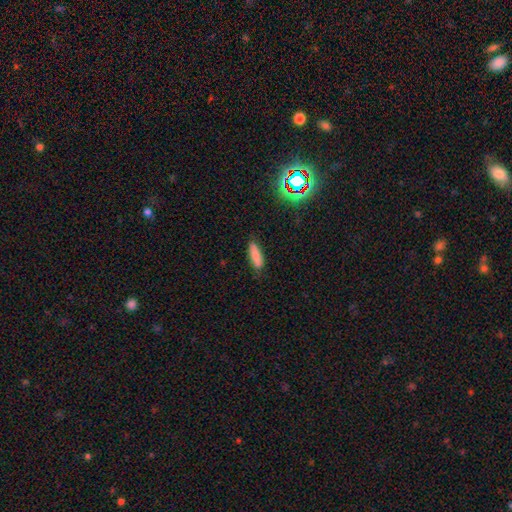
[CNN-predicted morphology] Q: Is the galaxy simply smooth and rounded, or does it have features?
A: smooth — 82%.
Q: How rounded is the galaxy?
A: cigar-shaped — 54%.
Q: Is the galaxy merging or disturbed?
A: none — 82%.